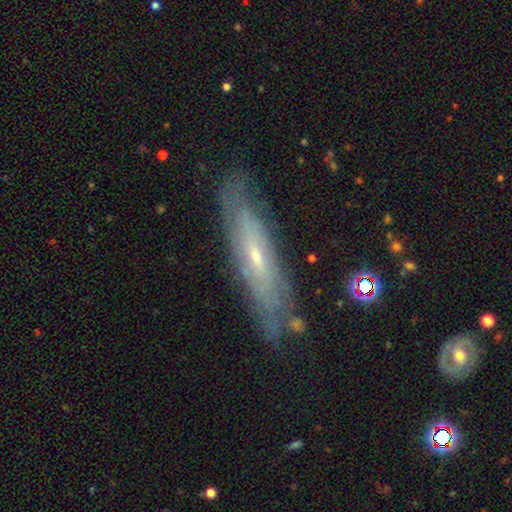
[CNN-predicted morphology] Q: Smooth or featured?
A: featured or disk (70%); runner-up: smooth (22%)
Q: Edge-on disk?
A: no (52%); runner-up: yes (48%)
Q: Merging?
A: none (79%); runner-up: minor disturbance (15%)